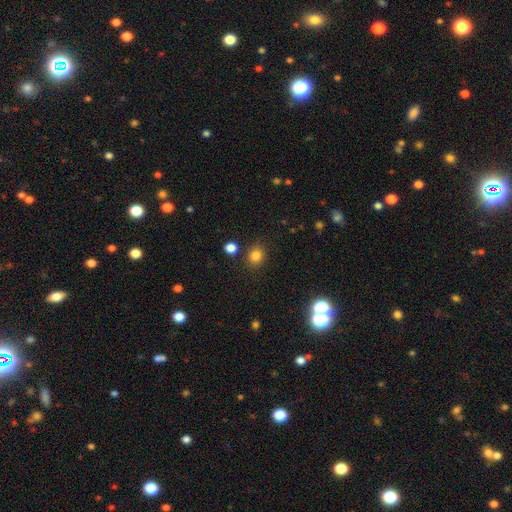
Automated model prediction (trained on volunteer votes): Smooth or featured: smooth — 82% (star or artifact — 13%)
How rounded: round — 75% (in between — 24%)
Merging: none — 84% (minor disturbance — 8%)